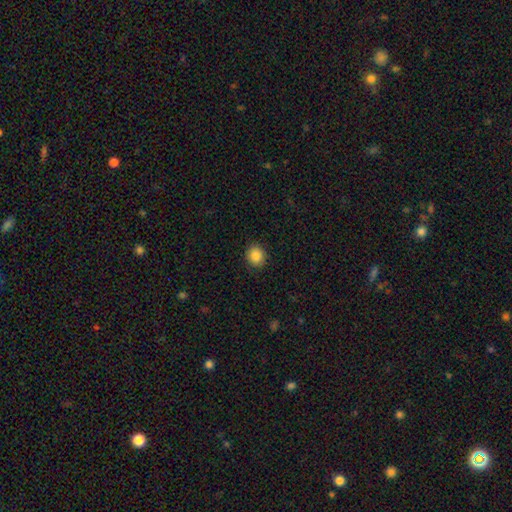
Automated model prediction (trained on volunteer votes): smooth 85%, star or artifact 10%, featured or disk 5%. Down the decision tree: how rounded — round (76%); merging — none (90%).